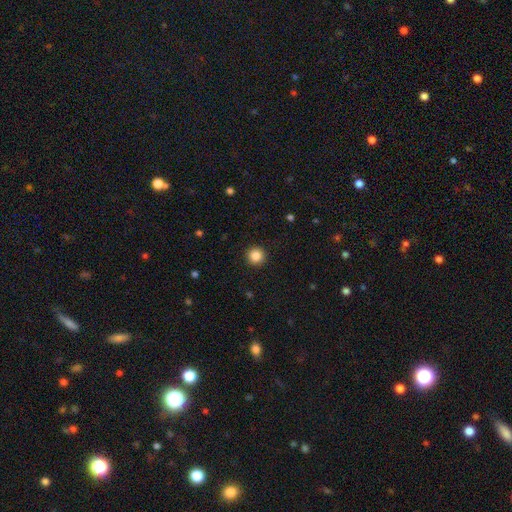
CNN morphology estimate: This is clearly a smooth galaxy (86%). How rounded: clearly round (96%). Merging: clearly none (93%).